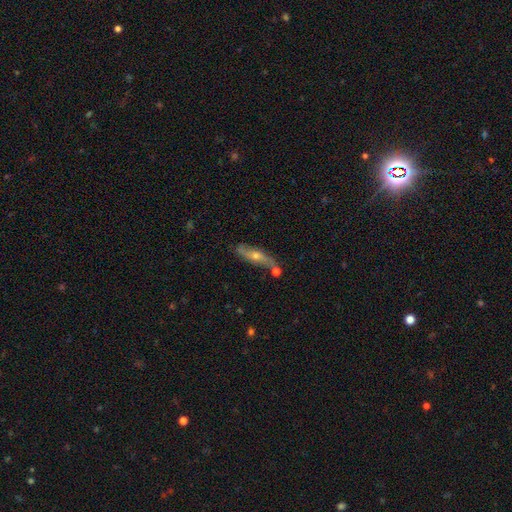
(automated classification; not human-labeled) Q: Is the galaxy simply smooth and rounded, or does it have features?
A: featured or disk — 62%.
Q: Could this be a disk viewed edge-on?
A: yes — 60%.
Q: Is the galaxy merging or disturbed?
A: none — 71%.